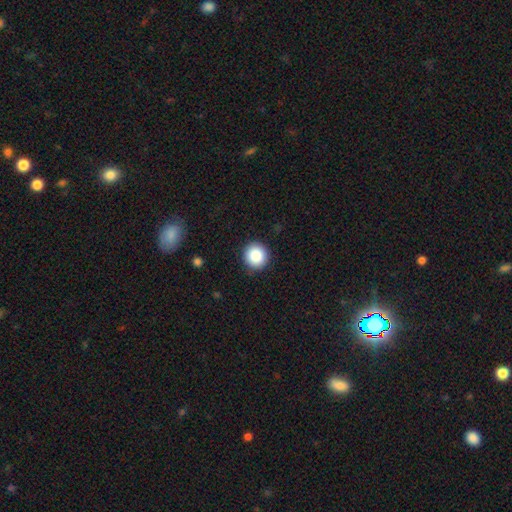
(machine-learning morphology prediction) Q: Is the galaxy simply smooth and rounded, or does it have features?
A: smooth — 87%.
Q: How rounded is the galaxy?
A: round — 93%.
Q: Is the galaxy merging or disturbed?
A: none — 92%.